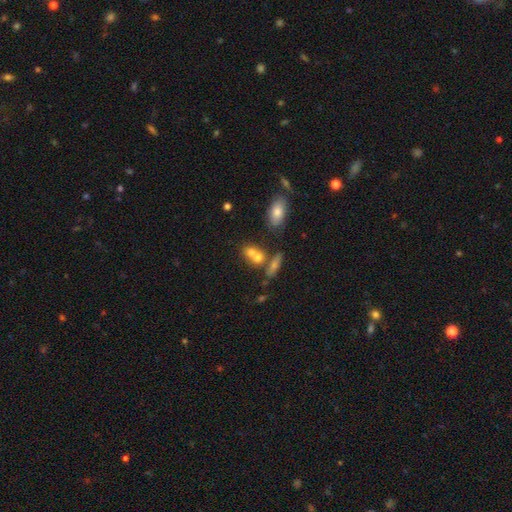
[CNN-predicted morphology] A smooth galaxy with no disk features (68%) that is in between round and cigar-shaped (54%).

Vote fractions:
- Smooth or featured? smooth: 68% / featured or disk: 20% / star or artifact: 13%
- How rounded? in between: 54% / round: 41% / cigar-shaped: 4%
- Merging? merger: 54% / none: 31% / minor disturbance: 9% / major disturbance: 5%